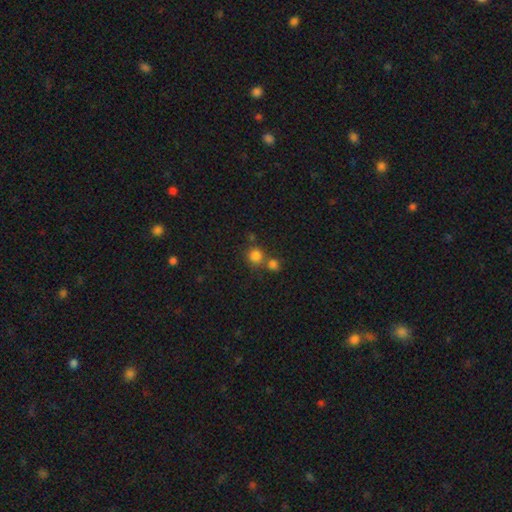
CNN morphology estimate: A smooth galaxy with no disk features (81%) that is round (89%). Merging: none (60%).